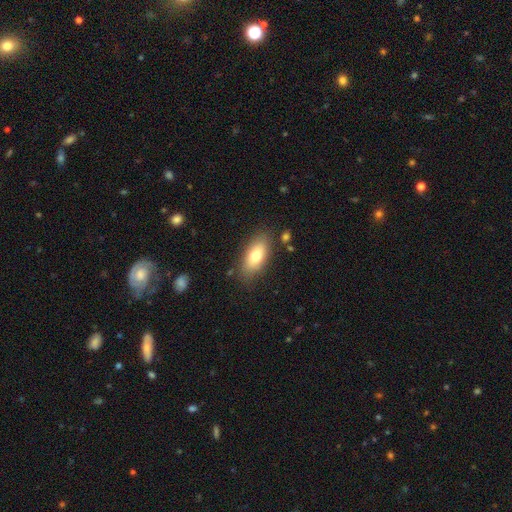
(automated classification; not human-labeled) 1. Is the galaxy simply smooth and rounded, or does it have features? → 76% smooth, 17% featured or disk, 7% star or artifact.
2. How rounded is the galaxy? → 86% in between, 11% cigar-shaped, 4% round.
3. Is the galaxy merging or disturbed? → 82% none, 12% minor disturbance, 3% major disturbance, 3% merger.